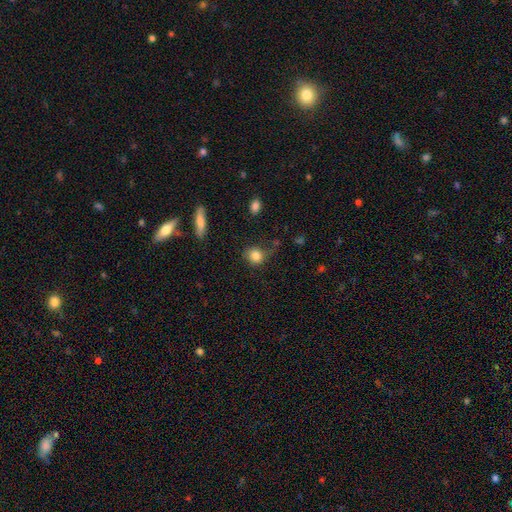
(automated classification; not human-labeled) The model was most divided on "merging": none: 67%, minor disturbance: 23%, major disturbance: 7%, merger: 3%. More confident: smooth or featured — smooth (83%); how rounded — round (77%).